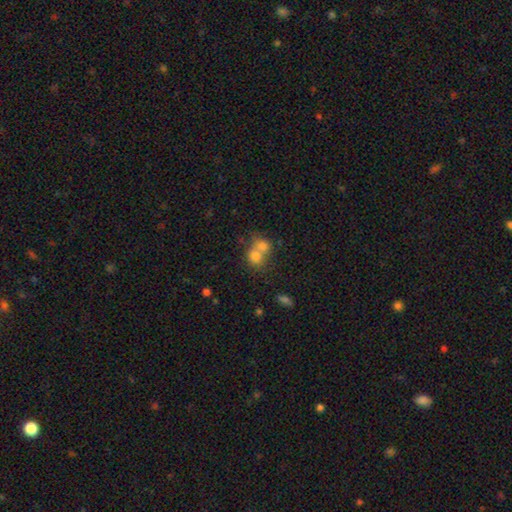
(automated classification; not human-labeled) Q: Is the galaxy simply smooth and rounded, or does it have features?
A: smooth — 73%.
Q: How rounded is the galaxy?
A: round — 73%.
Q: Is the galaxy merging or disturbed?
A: merger — 65%.